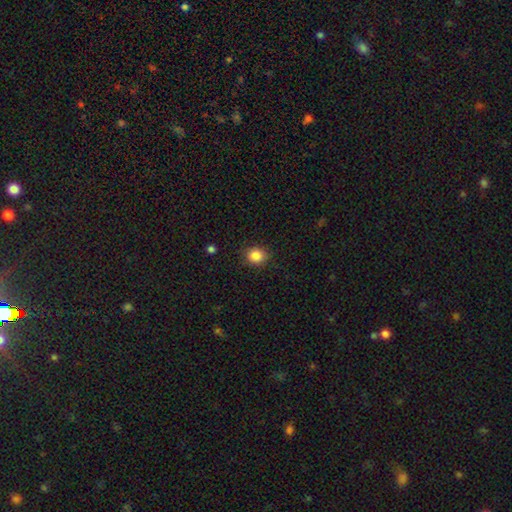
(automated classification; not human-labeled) This appears to be a smooth galaxy with no disk features (86%) that is round (74%). Merging: none (86%).